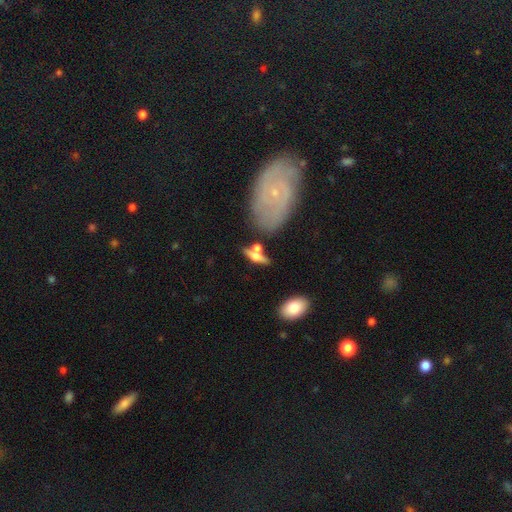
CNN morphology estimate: smooth-or-featured: featured or disk: 51% | smooth: 39% | star or artifact: 10%
  disk-edge-on: yes: 75% | no: 25%
  merging: none: 50% | merger: 25% | minor disturbance: 17% | major disturbance: 9%